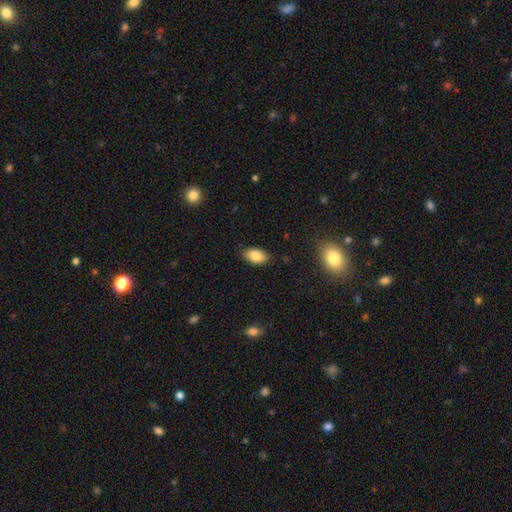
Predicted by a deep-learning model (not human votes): smooth-or-featured: smooth: 84% | star or artifact: 8% | featured or disk: 8%
  how-rounded: in between: 92% | round: 6% | cigar-shaped: 2%
  merging: none: 84% | minor disturbance: 13% | major disturbance: 2% | merger: 1%